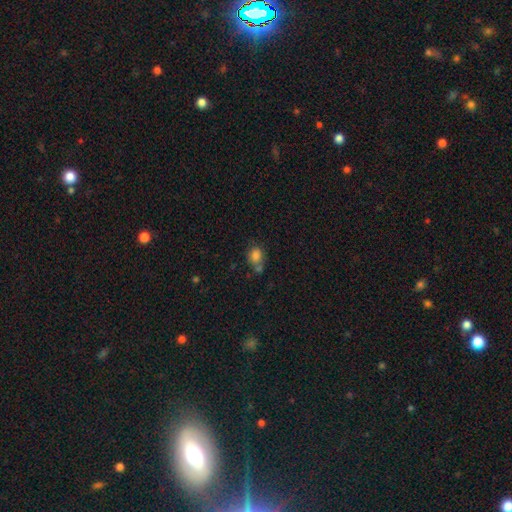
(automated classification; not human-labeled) A smooth galaxy with no disk features (82%) that is round (63%). Merging: none (48%).